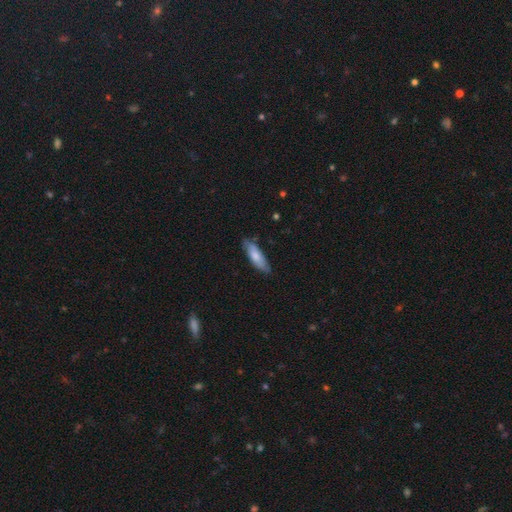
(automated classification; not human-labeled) This is likely a smooth galaxy (68%). How rounded: possibly cigar-shaped (49%, tied with in between). Merging: likely none (77%).